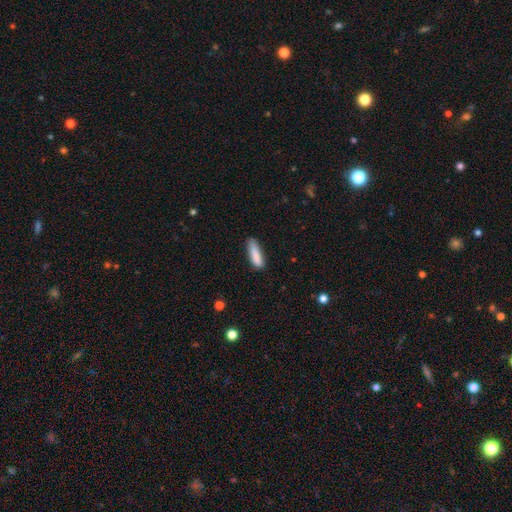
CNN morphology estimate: Q: Smooth or featured?
A: smooth (87%); runner-up: star or artifact (7%)
Q: How rounded?
A: cigar-shaped (69%); runner-up: in between (29%)
Q: Merging?
A: none (76%); runner-up: minor disturbance (19%)